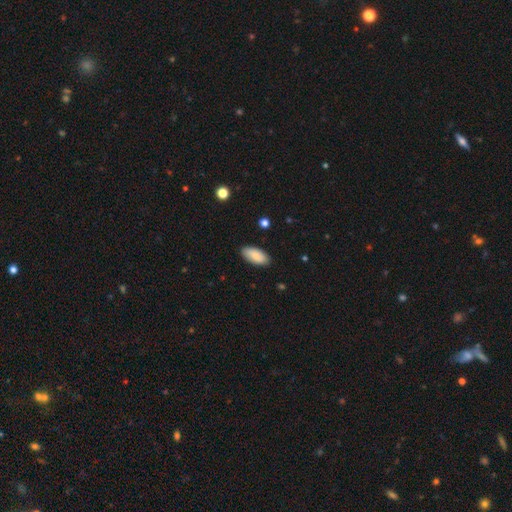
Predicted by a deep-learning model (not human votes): A smooth galaxy with no disk features (87%) that is in between round and cigar-shaped (90%).

Vote fractions:
- Smooth or featured? smooth: 87% / featured or disk: 7% / star or artifact: 6%
- How rounded? in between: 90% / cigar-shaped: 9% / round: 2%
- Merging? none: 88% / minor disturbance: 9% / major disturbance: 2% / merger: 1%